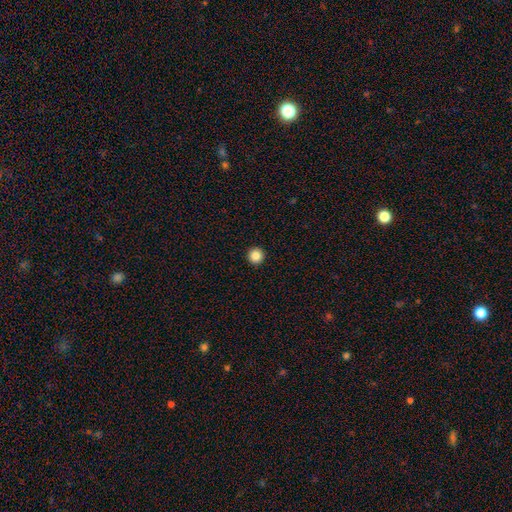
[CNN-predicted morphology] Smooth or featured? smooth (85%)
How rounded? round (96%)
Merging? none (94%)